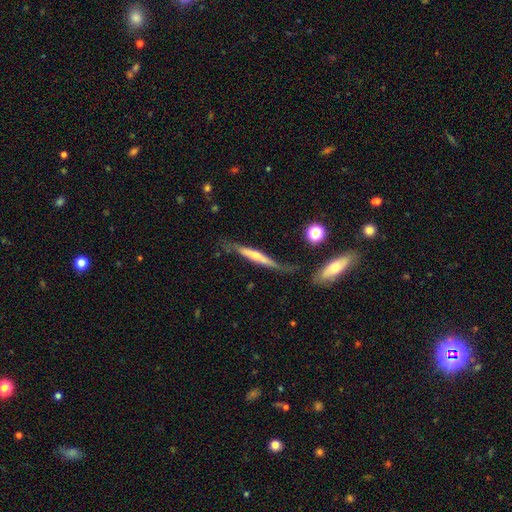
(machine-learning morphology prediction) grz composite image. It shows a featured or disk galaxy (54%) viewed edge-on (85%). Merging: none (52%).